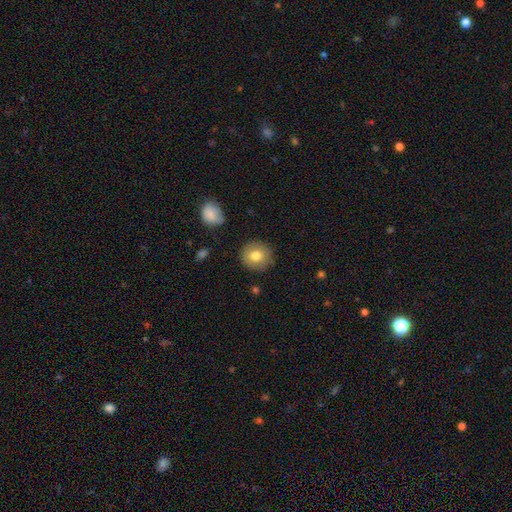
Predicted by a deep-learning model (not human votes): Morphology: type=smooth (78%); roundness=round (90%); merging=none (87%).